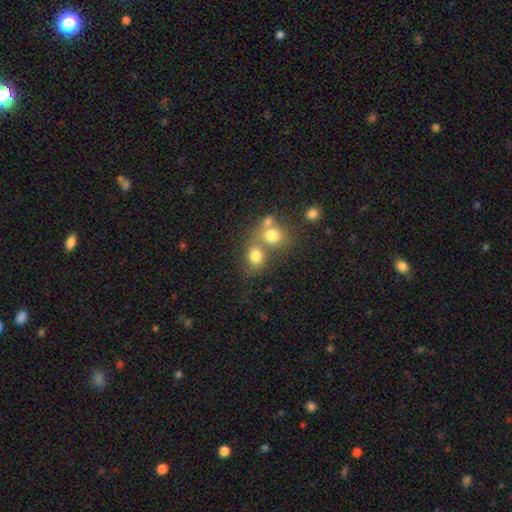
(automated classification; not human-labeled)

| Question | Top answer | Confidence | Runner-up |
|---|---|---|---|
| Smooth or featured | smooth | 75% | featured or disk (13%) |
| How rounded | round | 67% | in between (32%) |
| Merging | merger | 48% | none (37%) |